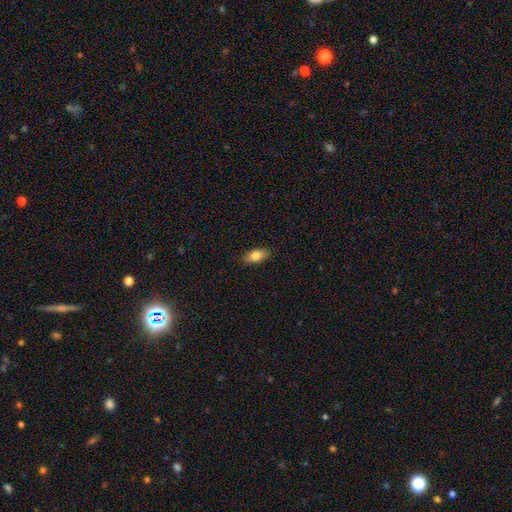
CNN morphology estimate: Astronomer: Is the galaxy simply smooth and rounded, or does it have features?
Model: smooth — 81%.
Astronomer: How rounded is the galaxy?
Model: in between — 87%.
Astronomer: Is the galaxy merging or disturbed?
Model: none — 87%.